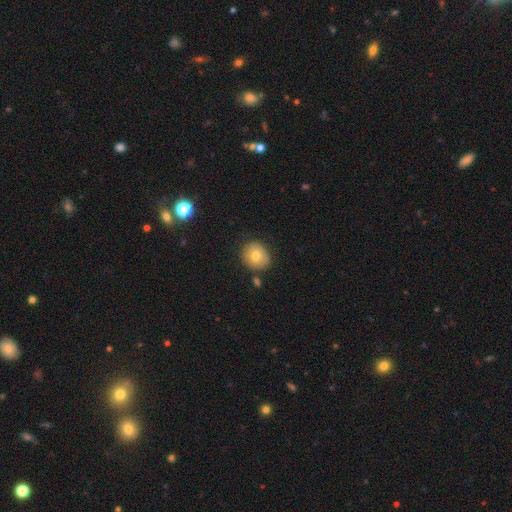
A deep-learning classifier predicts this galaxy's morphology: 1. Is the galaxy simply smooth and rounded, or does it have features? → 75% smooth, 16% featured or disk, 9% star or artifact.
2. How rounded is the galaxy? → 77% round, 22% in between, 1% cigar-shaped.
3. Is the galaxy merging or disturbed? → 79% none, 13% minor disturbance, 5% merger, 3% major disturbance.